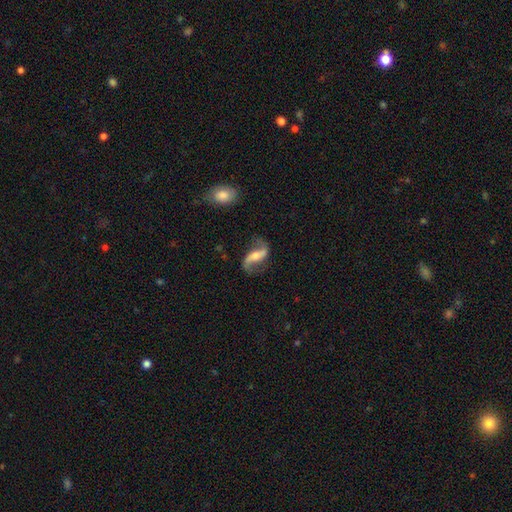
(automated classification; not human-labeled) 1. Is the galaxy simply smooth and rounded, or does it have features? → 85% featured or disk, 9% smooth, 5% star or artifact.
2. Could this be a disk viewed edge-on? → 94% no, 6% yes.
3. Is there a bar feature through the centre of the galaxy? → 40% strong, 33% weak, 27% no.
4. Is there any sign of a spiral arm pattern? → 95% yes, 5% no.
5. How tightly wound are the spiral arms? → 82% loose, 14% medium, 4% tight.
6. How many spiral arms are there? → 93% 2, 3% 1, 2% can't tell, 1% 3, 1% 4, 1% more than 4.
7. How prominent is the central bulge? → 47% moderate, 40% small, 5% large, 5% none, 2% dominant.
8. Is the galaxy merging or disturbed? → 75% none, 14% minor disturbance, 8% major disturbance, 2% merger.